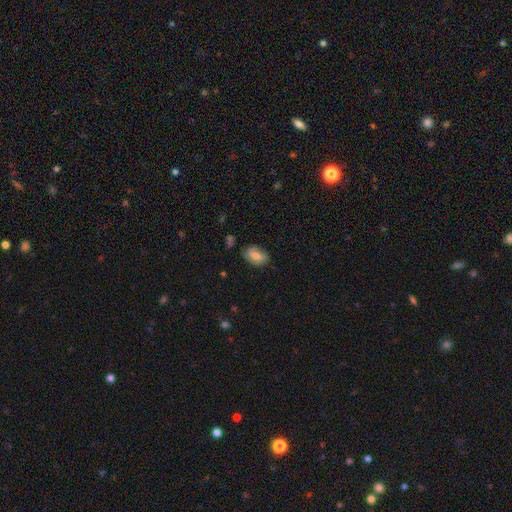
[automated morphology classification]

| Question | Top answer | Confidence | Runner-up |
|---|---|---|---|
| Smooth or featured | smooth | 50% | featured or disk (41%) |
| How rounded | in between | 85% | round (12%) |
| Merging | none | 65% | minor disturbance (25%) |